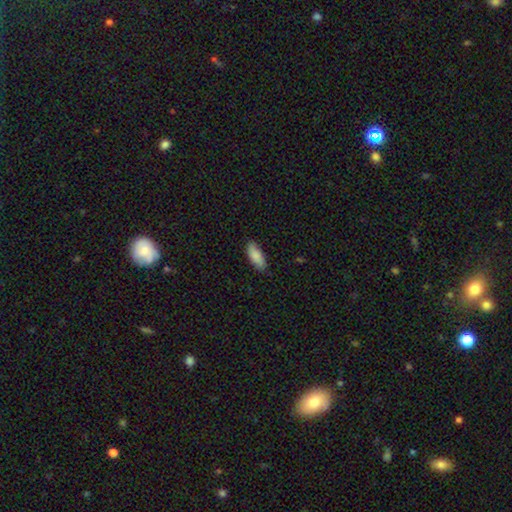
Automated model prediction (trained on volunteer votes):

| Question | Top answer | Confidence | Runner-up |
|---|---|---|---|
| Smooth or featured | smooth | 88% | featured or disk (6%) |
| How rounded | in between | 78% | cigar-shaped (20%) |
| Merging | none | 85% | minor disturbance (12%) |